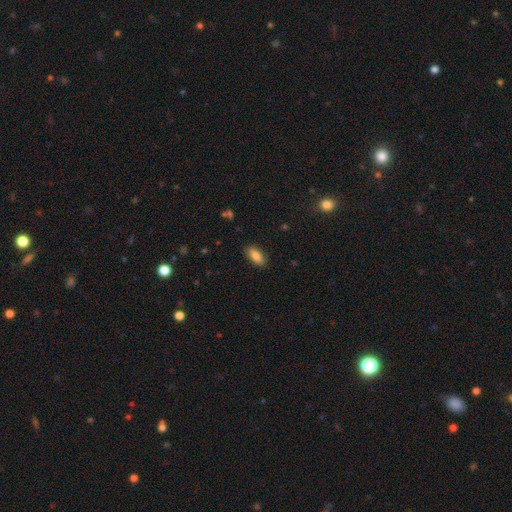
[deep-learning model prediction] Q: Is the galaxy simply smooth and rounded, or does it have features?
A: smooth — 83%.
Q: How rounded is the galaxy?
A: in between — 81%.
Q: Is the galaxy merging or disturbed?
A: none — 87%.